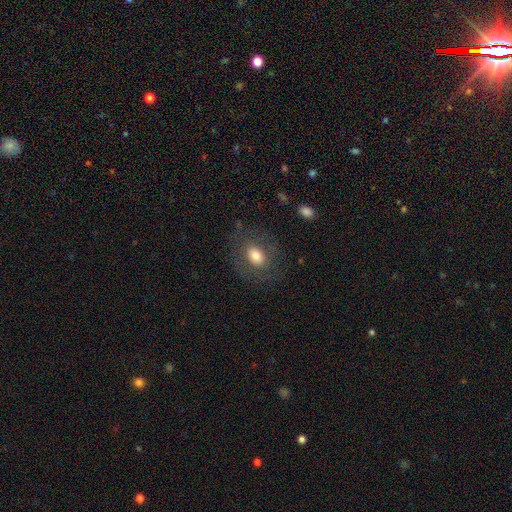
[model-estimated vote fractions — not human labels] Overall: smooth (68%). How rounded: in between (66%; round 33%). Merging: none (74%).